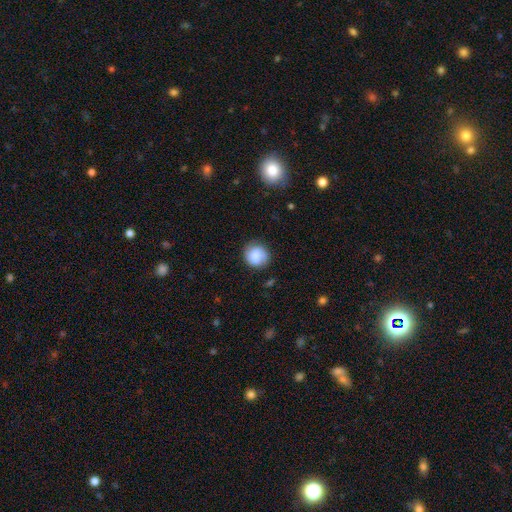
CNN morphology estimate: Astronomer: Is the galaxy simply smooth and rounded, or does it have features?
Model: smooth — 68%.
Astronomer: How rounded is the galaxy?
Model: round — 85%.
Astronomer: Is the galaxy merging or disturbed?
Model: none — 75%.